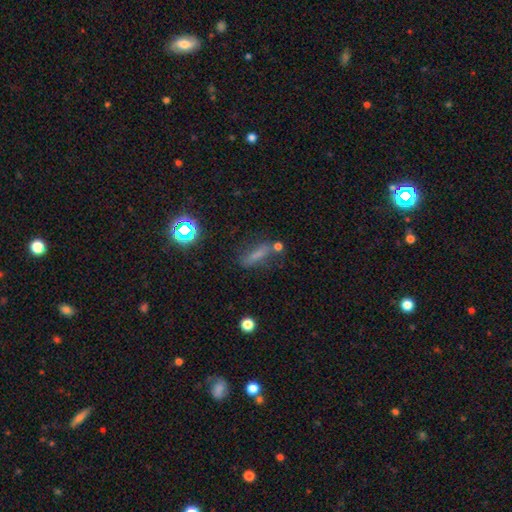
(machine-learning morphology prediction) The model was most divided on "smooth or featured": smooth: 49%, featured or disk: 27%, star or artifact: 24%. More confident: merging — none (65%).